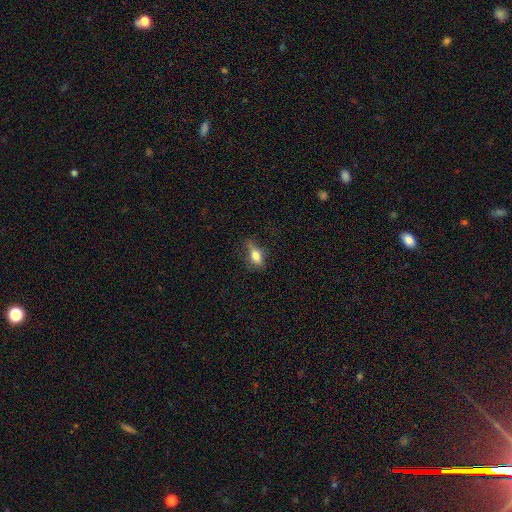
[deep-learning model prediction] smooth_or_featured: smooth (p=0.68) [alt: featured or disk p=0.22]
how_rounded: in between (p=0.72) [alt: cigar-shaped p=0.19]
merging: none (p=0.58) [alt: minor disturbance p=0.28]